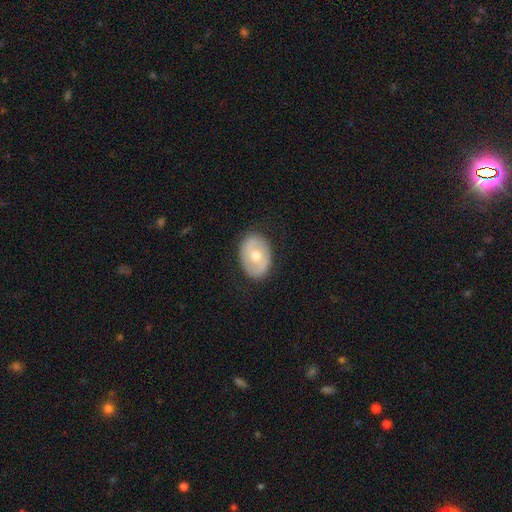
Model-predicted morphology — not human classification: smooth 49%, featured or disk 45%, star or artifact 6%. Down the decision tree: merging — none (85%).